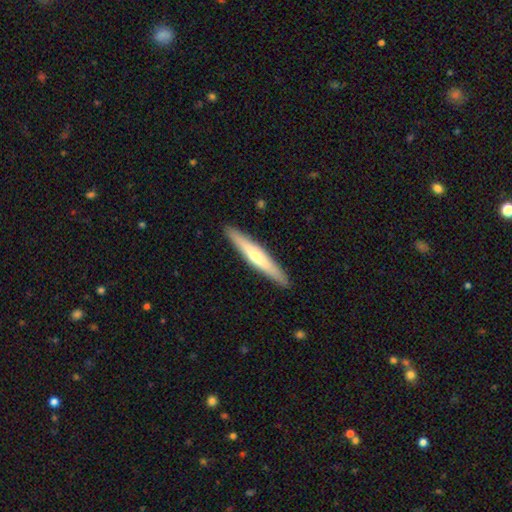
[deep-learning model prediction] This appears to be a featured or disk galaxy (51%) viewed edge-on (95%). Merging: none (91%).